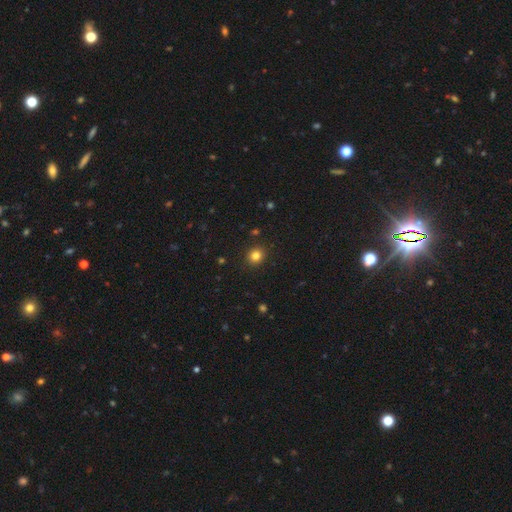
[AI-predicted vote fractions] A smooth galaxy with no disk features (81%) that is round (82%). Merging: none (91%).